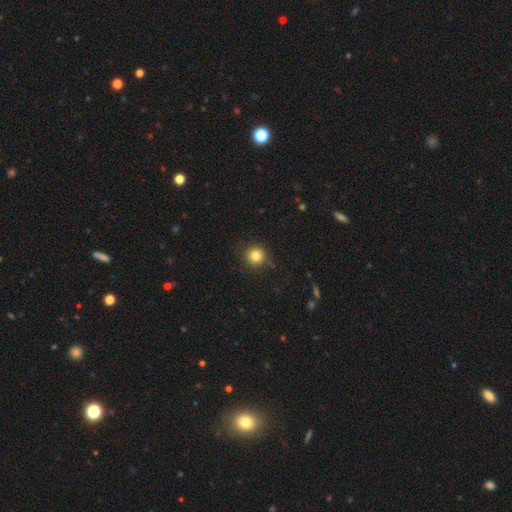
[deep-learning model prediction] smooth_or_featured: smooth (p=0.82) [alt: star or artifact p=0.11]
how_rounded: round (p=0.93) [alt: in between p=0.06]
merging: none (p=0.85) [alt: minor disturbance p=0.10]